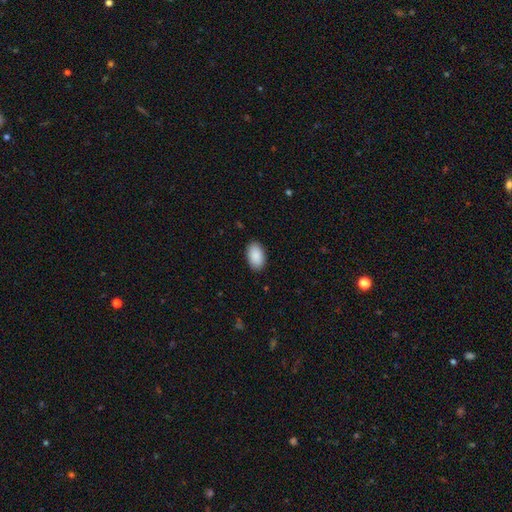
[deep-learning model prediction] A smooth galaxy with no disk features (91%) that is in between round and cigar-shaped (94%). Merging: none (89%).